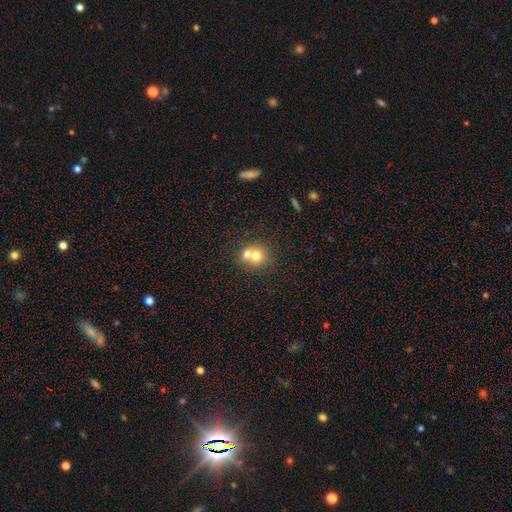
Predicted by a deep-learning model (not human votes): smooth-or-featured: smooth: 69% | featured or disk: 21% | star or artifact: 11%
  how-rounded: round: 81% | in between: 18% | cigar-shaped: 1%
  merging: merger: 61% | none: 32% | minor disturbance: 5% | major disturbance: 2%